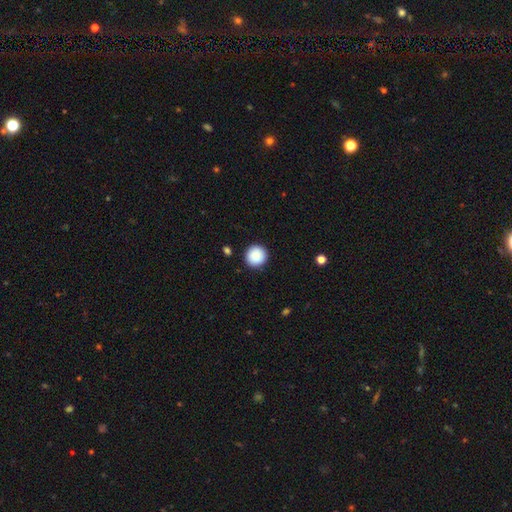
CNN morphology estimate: type=smooth (88%); roundness=round (95%); merging=none (91%).